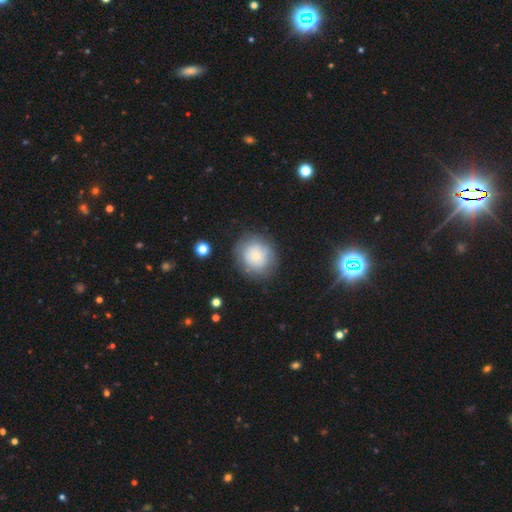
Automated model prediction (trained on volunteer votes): Overall: smooth (73%). How rounded: round (80%). Merging: none (76%).